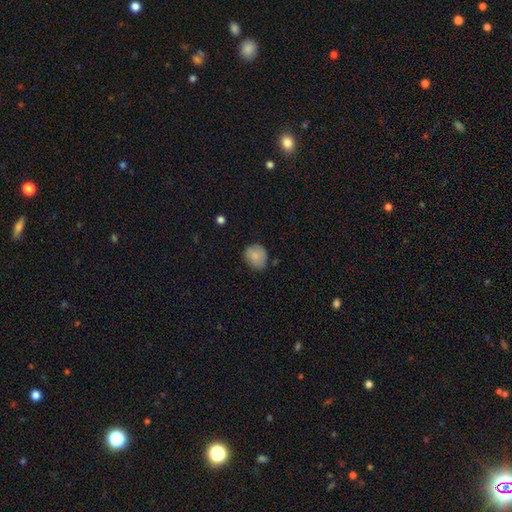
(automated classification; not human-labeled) Smooth or featured? Predicted: smooth (p=0.82). How rounded? Predicted: round (p=0.63). Merging? Predicted: none (p=0.64).